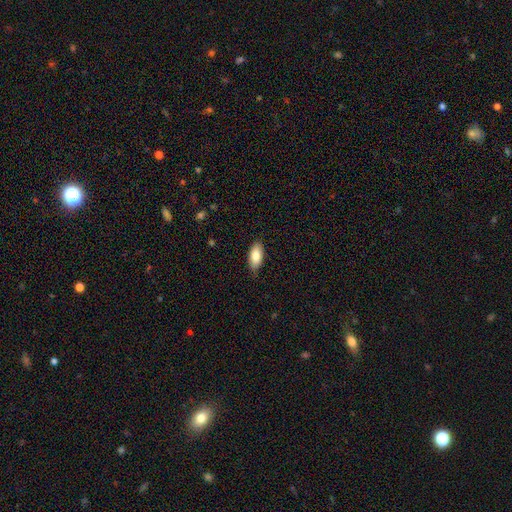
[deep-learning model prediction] This is clearly a smooth galaxy (84%). How rounded: clearly in between (89%). Merging: clearly none (84%).